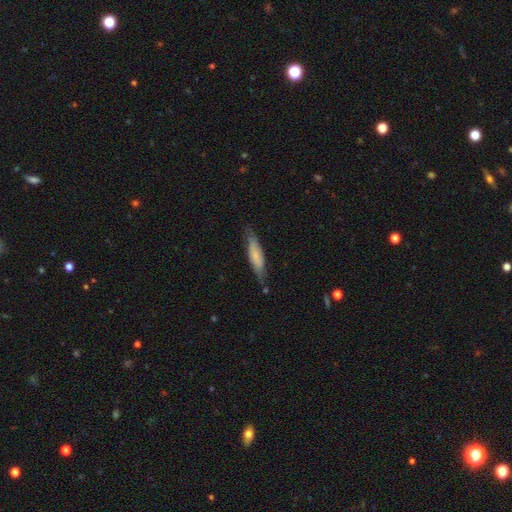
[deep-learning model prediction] smooth-or-featured: smooth: 66% | featured or disk: 28% | star or artifact: 6%
  how-rounded: cigar-shaped: 69% | in between: 29% | round: 2%
  merging: none: 73% | minor disturbance: 20% | major disturbance: 5% | merger: 2%